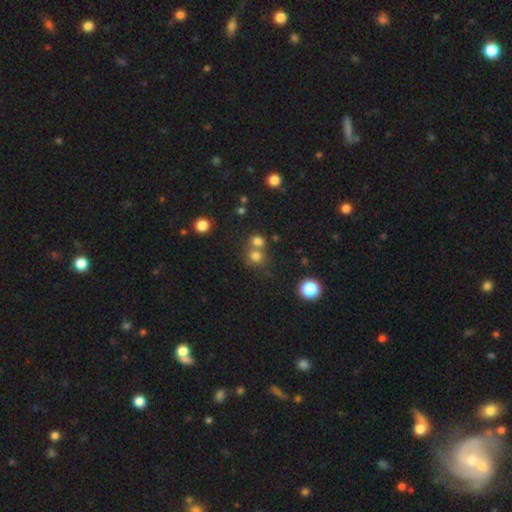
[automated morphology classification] This appears to be a smooth galaxy with no disk features (75%) that is round (77%). Merging: none (47%).